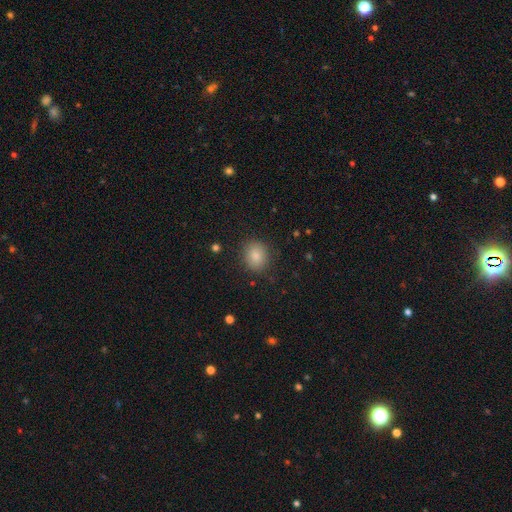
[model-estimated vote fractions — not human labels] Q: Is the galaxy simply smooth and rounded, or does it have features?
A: smooth — 85%.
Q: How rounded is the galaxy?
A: round — 67%.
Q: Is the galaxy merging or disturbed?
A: none — 85%.